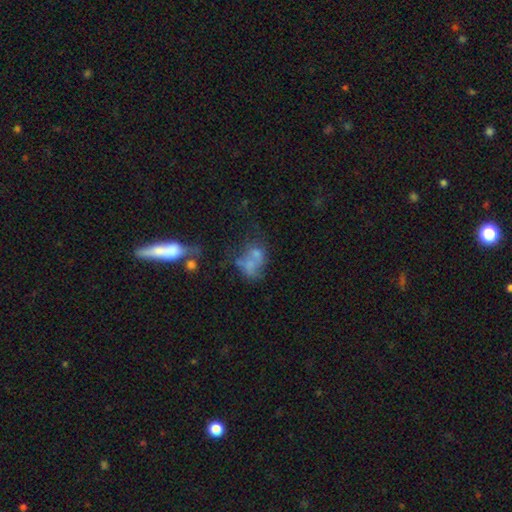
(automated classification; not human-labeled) The model was most divided on "smooth or featured": smooth: 46%, featured or disk: 37%, star or artifact: 17%. Remaining: merging — merger (45%).